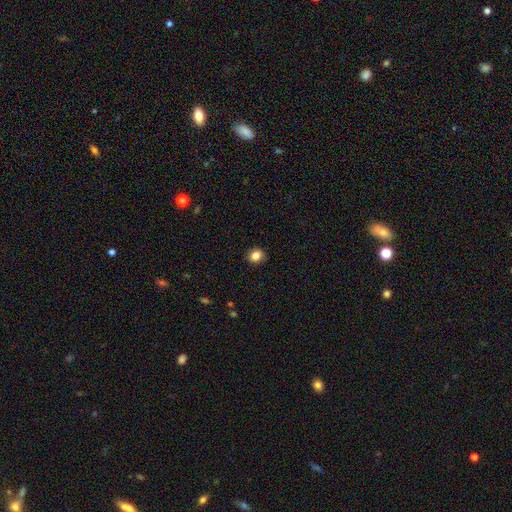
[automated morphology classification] Smooth or featured?
  - smooth: 85% *
  - star or artifact: 10%
  - featured or disk: 5%
How rounded?
  - round: 70% *
  - in between: 29%
  - cigar-shaped: 1%
Merging?
  - none: 90% *
  - minor disturbance: 8%
  - major disturbance: 2%
  - merger: 1%